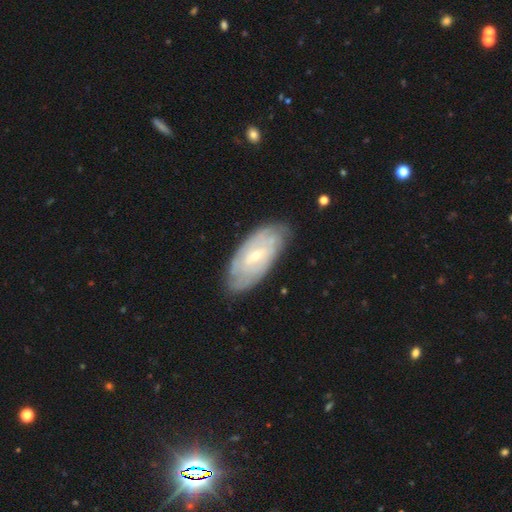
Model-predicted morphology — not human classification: Overall: featured or disk (73%). Edge-on disk: no (91%). Bar: weak (45%; no 42%). Spiral arms: yes (83%). Spiral arm count: can't tell (57%; 2 18%). Spiral winding: tight (73%). Bulge size: small (69%). Merging: none (79%).